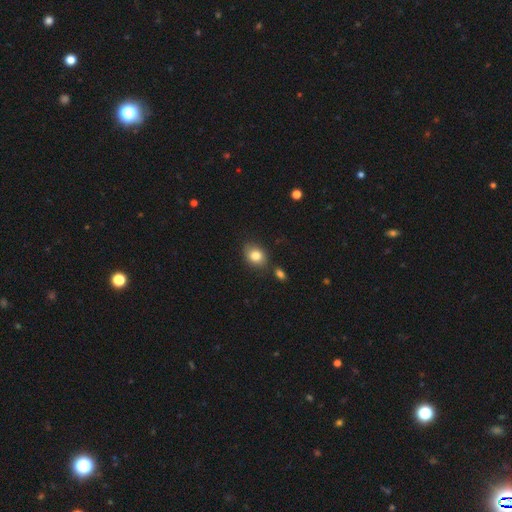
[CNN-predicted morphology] A smooth galaxy with no disk features (82%) that is in between round and cigar-shaped (59%). Merging: none (77%).